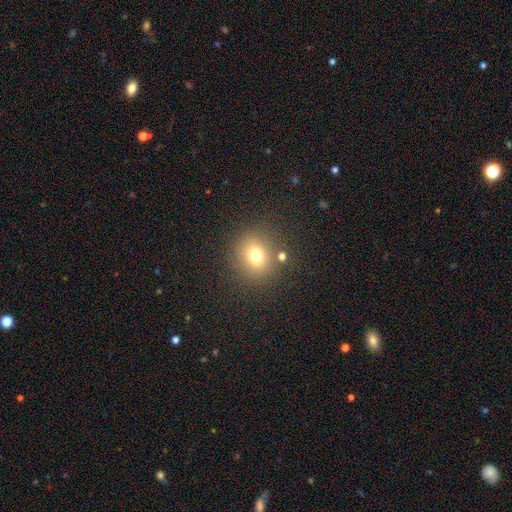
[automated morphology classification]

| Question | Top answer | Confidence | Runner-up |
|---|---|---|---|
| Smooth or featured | smooth | 72% | star or artifact (17%) |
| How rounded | round | 81% | in between (18%) |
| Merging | none | 81% | minor disturbance (9%) |